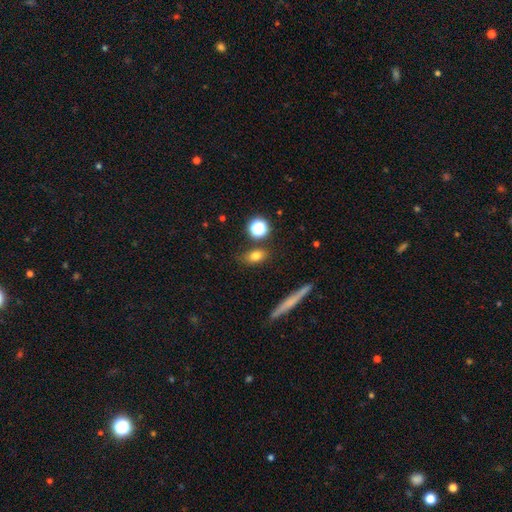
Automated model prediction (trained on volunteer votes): smooth-or-featured: smooth: 77% | star or artifact: 12% | featured or disk: 11%
  how-rounded: in between: 66% | round: 25% | cigar-shaped: 9%
  merging: none: 81% | minor disturbance: 11% | merger: 6% | major disturbance: 3%